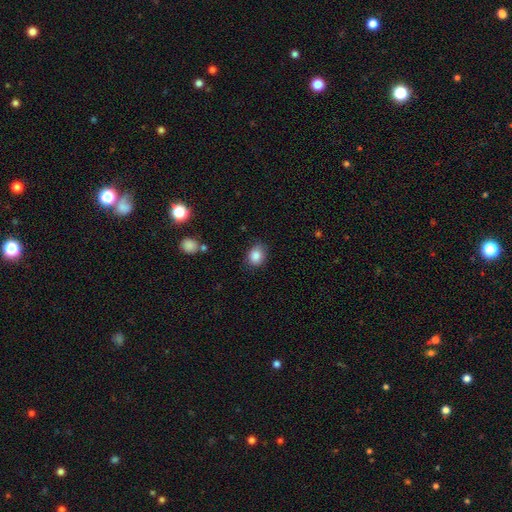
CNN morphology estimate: type=smooth (86%); roundness=round (55%); merging=none (75%).